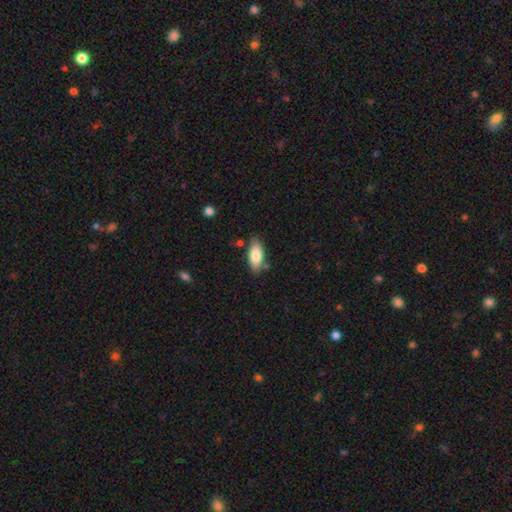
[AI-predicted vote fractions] smooth-or-featured: smooth: 81% | featured or disk: 12% | star or artifact: 6%
  how-rounded: in between: 86% | cigar-shaped: 12% | round: 2%
  merging: none: 79% | minor disturbance: 14% | merger: 4% | major disturbance: 3%